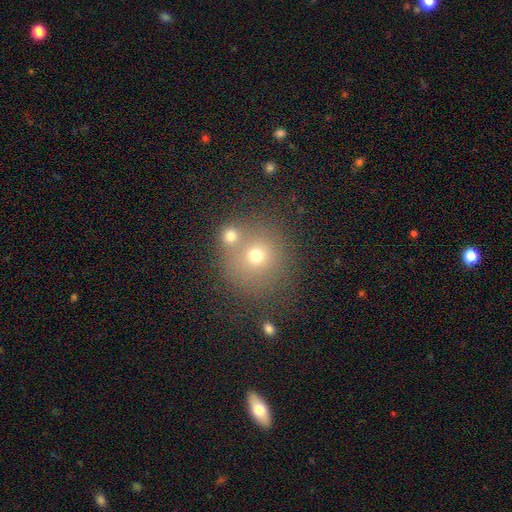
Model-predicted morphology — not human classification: A smooth galaxy with no disk features (67%) that is round (86%).

Vote fractions:
- Smooth or featured? smooth: 67% / star or artifact: 18% / featured or disk: 14%
- How rounded? round: 86% / in between: 13% / cigar-shaped: 1%
- Merging? none: 54% / merger: 31% / minor disturbance: 10% / major disturbance: 5%